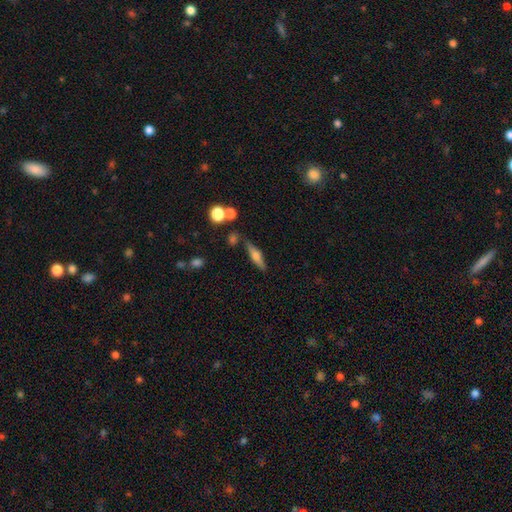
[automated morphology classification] Smooth or featured? featured or disk (47%)
Merging? none (77%)